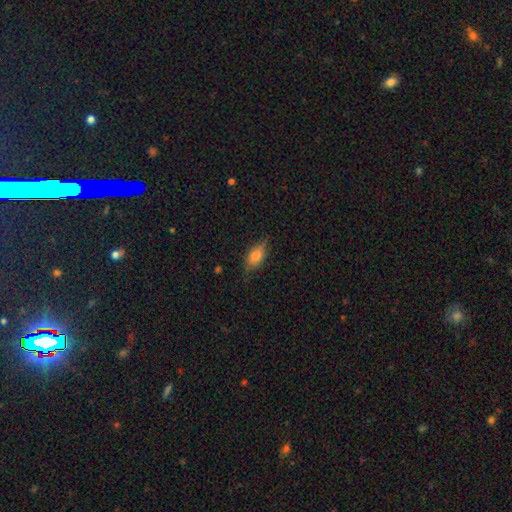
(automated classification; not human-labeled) This appears to be a smooth galaxy with no disk features (55%) that is in between round and cigar-shaped (77%). Merging: none (71%).